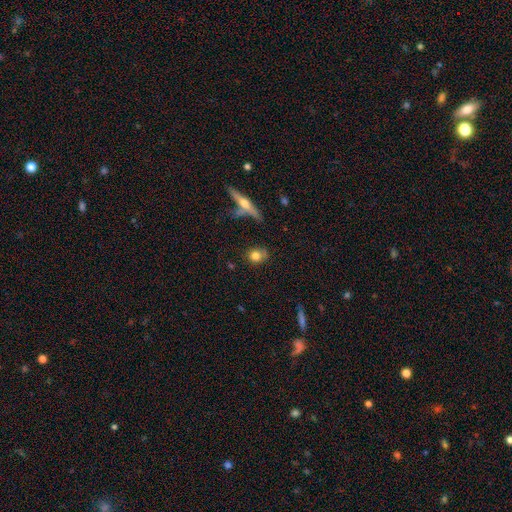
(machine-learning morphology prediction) type=smooth (76%); roundness=round (74%); merging=none (67%).